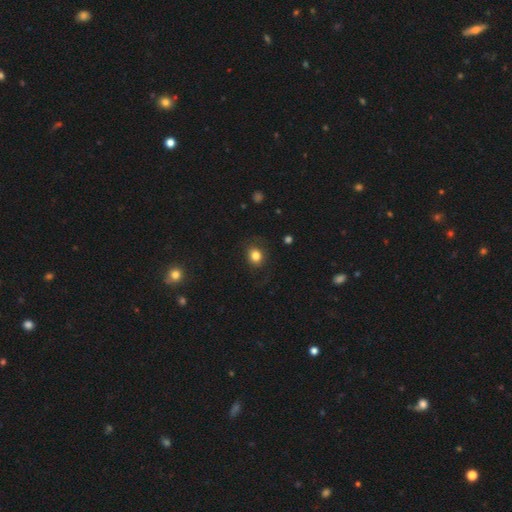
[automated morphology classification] Smooth or featured?
  - smooth: 82% *
  - star or artifact: 11%
  - featured or disk: 8%
How rounded?
  - round: 68% *
  - in between: 31%
  - cigar-shaped: 1%
Merging?
  - none: 80% *
  - minor disturbance: 13%
  - major disturbance: 6%
  - merger: 1%